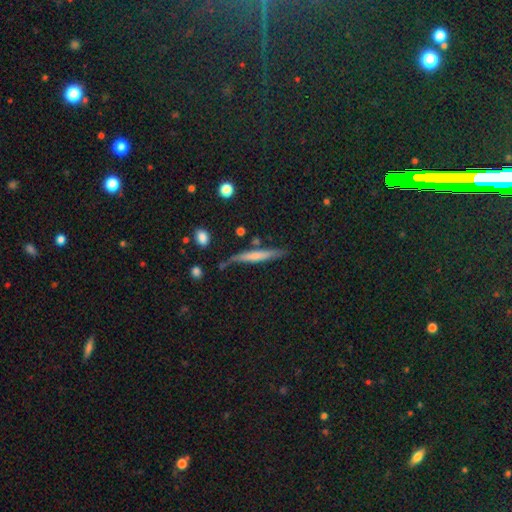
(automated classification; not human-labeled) Q: Smooth or featured?
A: smooth (54%); runner-up: featured or disk (39%)
Q: How rounded?
A: cigar-shaped (94%); runner-up: in between (5%)
Q: Merging?
A: none (73%); runner-up: minor disturbance (18%)